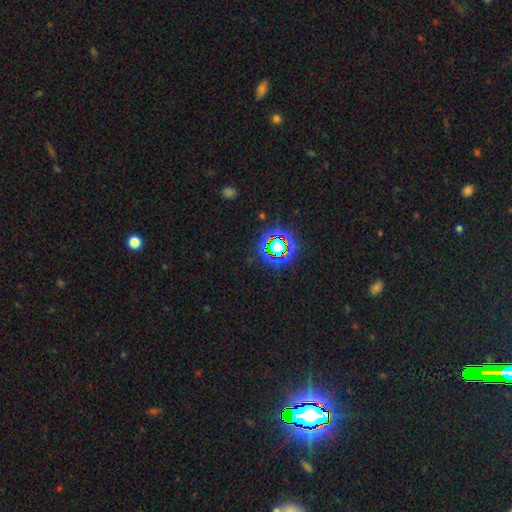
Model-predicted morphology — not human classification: smooth_or_featured: star or artifact (p=0.78) [alt: smooth p=0.14]